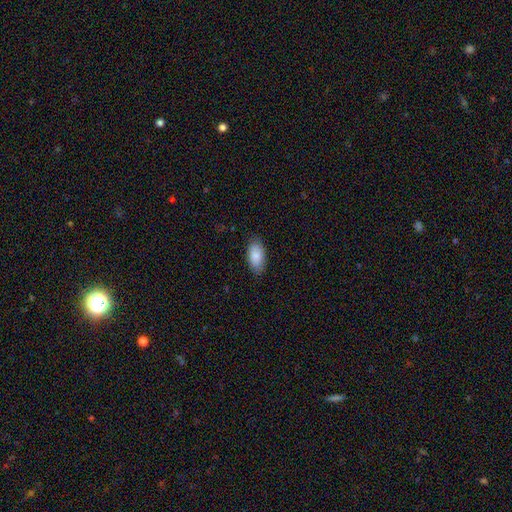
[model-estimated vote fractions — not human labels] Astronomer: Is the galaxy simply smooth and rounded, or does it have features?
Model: smooth — 86%.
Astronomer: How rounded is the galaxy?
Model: in between — 93%.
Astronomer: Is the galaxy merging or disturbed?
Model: none — 85%.